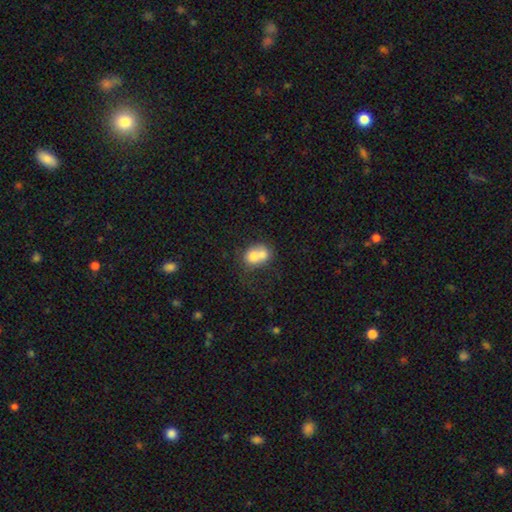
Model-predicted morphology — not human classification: Smooth or featured?
  - smooth: 68% *
  - featured or disk: 23%
  - star or artifact: 9%
How rounded?
  - round: 55% *
  - in between: 44%
  - cigar-shaped: 1%
Merging?
  - merger: 66% *
  - none: 21%
  - minor disturbance: 8%
  - major disturbance: 5%